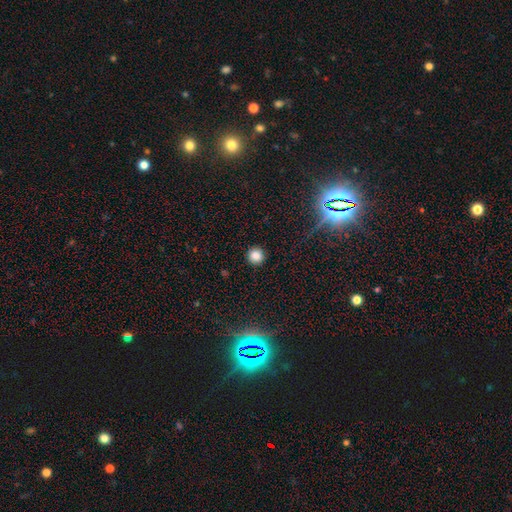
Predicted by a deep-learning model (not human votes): Overall: smooth (84%). How rounded: round (95%). Merging: none (91%).